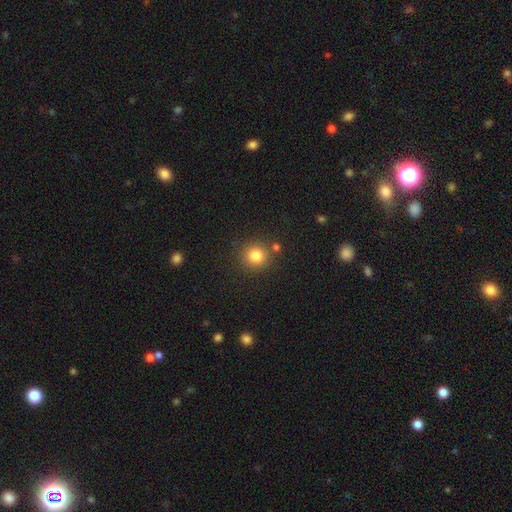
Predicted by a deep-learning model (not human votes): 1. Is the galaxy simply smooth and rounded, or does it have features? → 82% smooth, 12% star or artifact, 6% featured or disk.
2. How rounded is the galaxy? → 91% round, 8% in between, 1% cigar-shaped.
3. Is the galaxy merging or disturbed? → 83% none, 8% minor disturbance, 6% merger, 3% major disturbance.